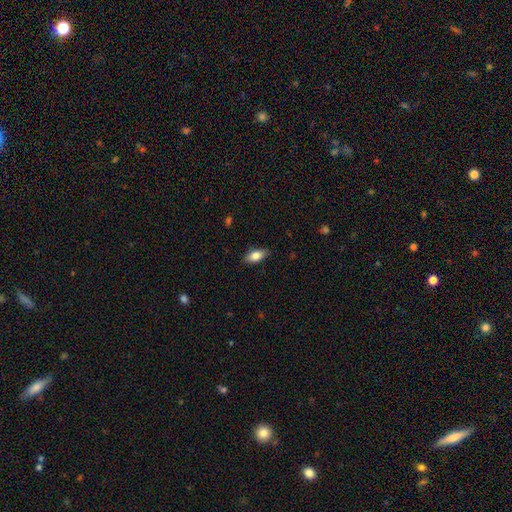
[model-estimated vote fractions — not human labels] Smooth or featured: smooth — 76% (featured or disk — 17%)
How rounded: in between — 86% (cigar-shaped — 10%)
Merging: none — 86% (minor disturbance — 11%)